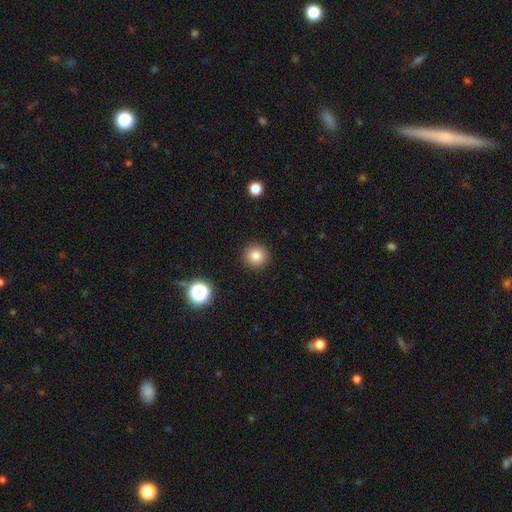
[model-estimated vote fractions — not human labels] Smooth or featured?
  - smooth: 83% *
  - star or artifact: 12%
  - featured or disk: 6%
How rounded?
  - round: 94% *
  - in between: 5%
  - cigar-shaped: 1%
Merging?
  - none: 92% *
  - minor disturbance: 5%
  - major disturbance: 2%
  - merger: 1%